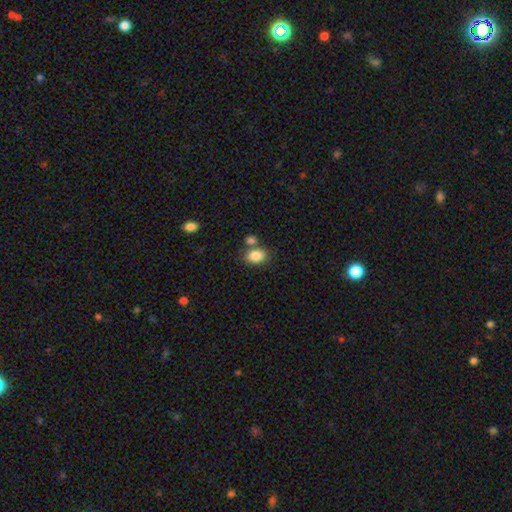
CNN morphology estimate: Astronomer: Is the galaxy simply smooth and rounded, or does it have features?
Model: smooth — 85%.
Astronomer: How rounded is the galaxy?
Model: in between — 73%.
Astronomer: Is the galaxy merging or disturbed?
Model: none — 62%.